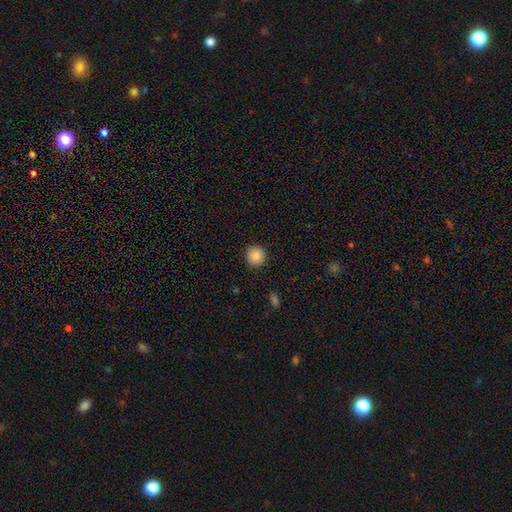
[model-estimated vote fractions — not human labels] This appears to be a smooth galaxy with no disk features (87%) that is round (93%). Merging: none (91%).